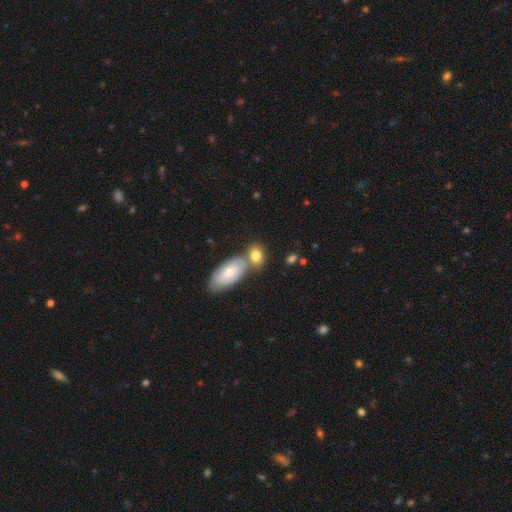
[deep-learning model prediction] Morphology: type=smooth (78%); roundness=in between (77%); merging=none (46%).